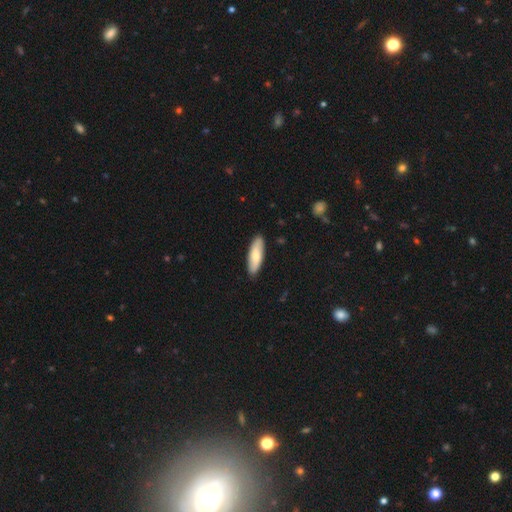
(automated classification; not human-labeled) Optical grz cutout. It shows a smooth galaxy with no disk features (76%) that is in between round and cigar-shaped (54%). Merging: none (89%).